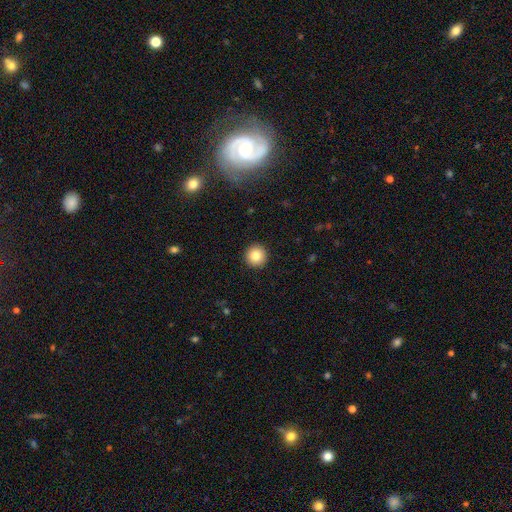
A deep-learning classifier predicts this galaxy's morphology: The model was most divided on "smooth or featured": smooth: 83%, star or artifact: 9%, featured or disk: 8%. More confident: how rounded — round (96%); merging — none (93%).